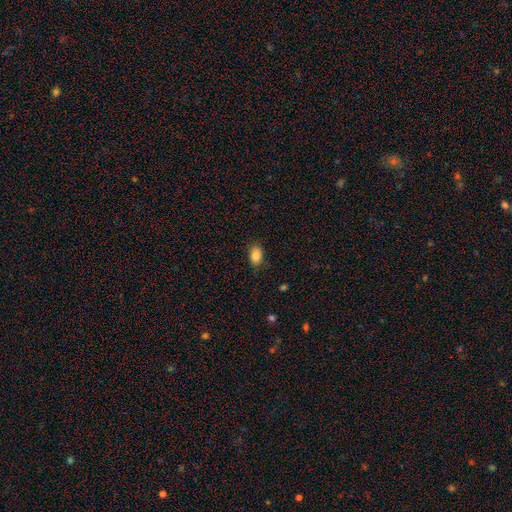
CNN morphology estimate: A smooth galaxy with no disk features (85%) that is in between round and cigar-shaped (88%).

Vote fractions:
- Smooth or featured? smooth: 85% / star or artifact: 8% / featured or disk: 7%
- How rounded? in between: 88% / round: 10% / cigar-shaped: 2%
- Merging? none: 84% / minor disturbance: 12% / major disturbance: 3% / merger: 1%